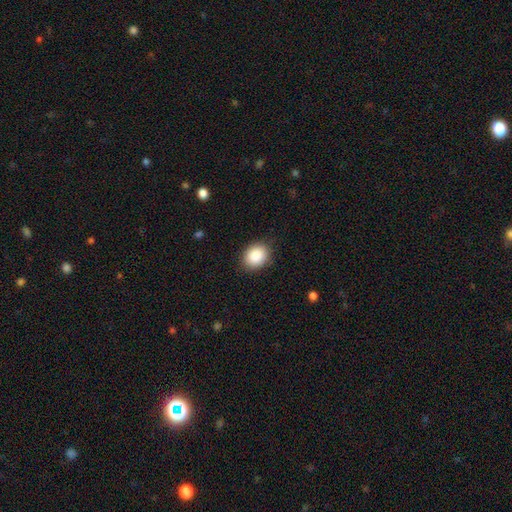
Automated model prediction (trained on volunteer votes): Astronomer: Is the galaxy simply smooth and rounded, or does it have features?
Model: smooth — 89%.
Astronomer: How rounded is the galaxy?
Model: in between — 52% (runner-up: round, 47%).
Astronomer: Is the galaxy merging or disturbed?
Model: none — 86%.